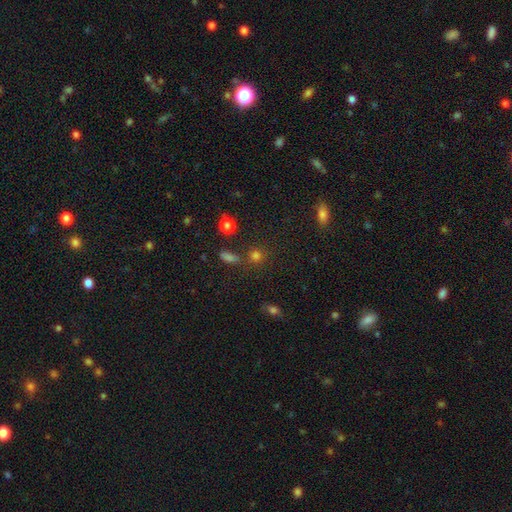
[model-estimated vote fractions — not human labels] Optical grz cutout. It shows a smooth galaxy with no disk features (64%) that is round (79%). Merging: none (70%).